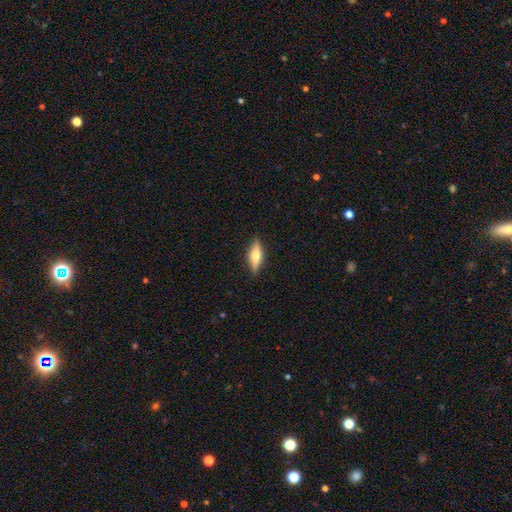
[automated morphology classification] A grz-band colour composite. It shows a smooth galaxy with no disk features (48%). Merging: none (87%).